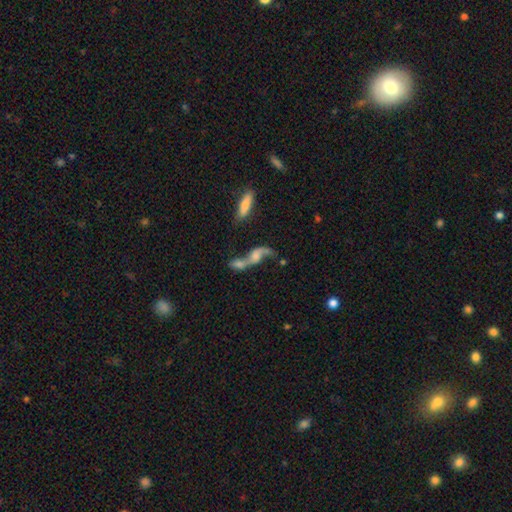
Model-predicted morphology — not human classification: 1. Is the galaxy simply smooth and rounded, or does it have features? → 62% featured or disk, 27% smooth, 10% star or artifact.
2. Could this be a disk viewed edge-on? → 86% no, 14% yes.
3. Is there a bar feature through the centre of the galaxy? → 67% no, 27% weak, 6% strong.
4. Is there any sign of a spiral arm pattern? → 76% yes, 24% no.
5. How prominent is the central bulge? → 31% none, 28% moderate, 26% small, 12% large, 3% dominant.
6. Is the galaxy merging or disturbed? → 61% merger, 20% none, 9% major disturbance, 9% minor disturbance.